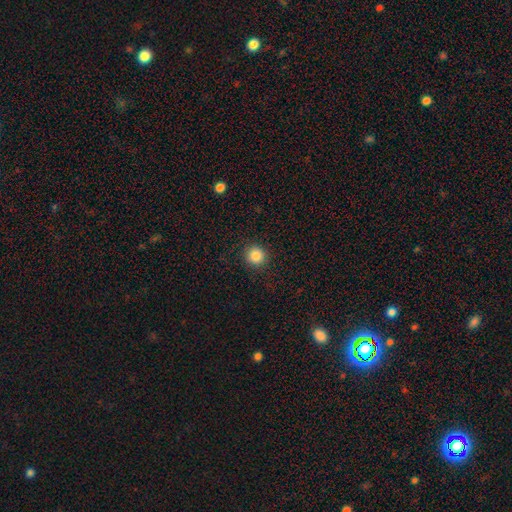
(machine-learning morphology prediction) Q: Smooth or featured?
A: smooth (85%); runner-up: star or artifact (11%)
Q: How rounded?
A: round (93%); runner-up: in between (6%)
Q: Merging?
A: none (91%); runner-up: minor disturbance (6%)